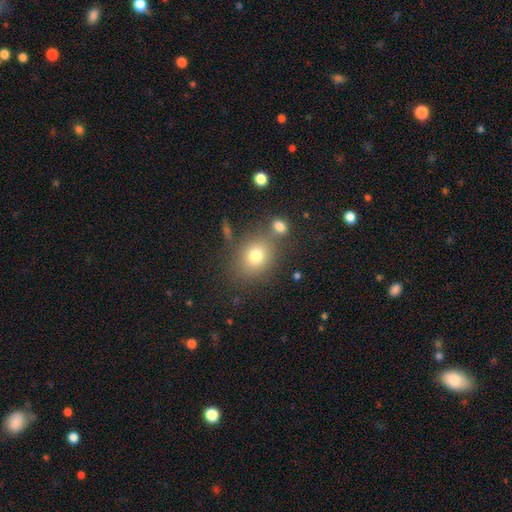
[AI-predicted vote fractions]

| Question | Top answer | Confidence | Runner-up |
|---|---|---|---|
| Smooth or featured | smooth | 75% | star or artifact (13%) |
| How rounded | round | 61% | in between (38%) |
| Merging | none | 68% | merger (14%) |